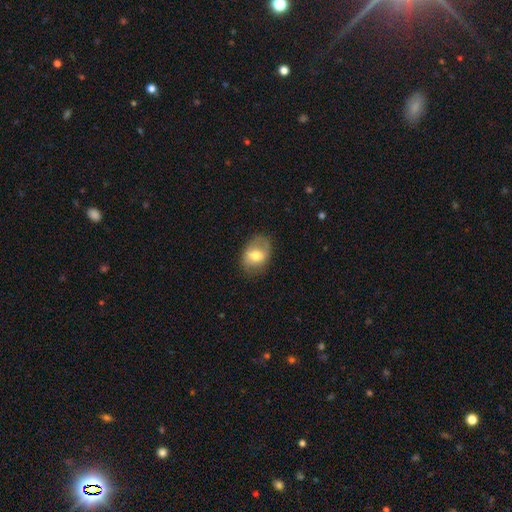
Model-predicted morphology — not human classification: The model was most divided on "smooth or featured": smooth: 58%, featured or disk: 34%, star or artifact: 7%. More confident: merging — none (73%); how rounded — in between (72%).